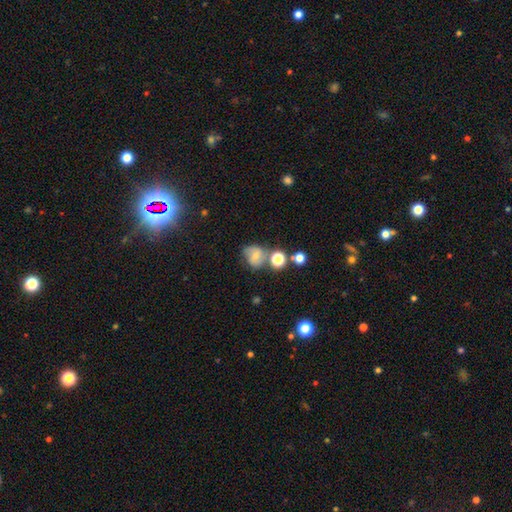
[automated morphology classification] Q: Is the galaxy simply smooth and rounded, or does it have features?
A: smooth — 56%.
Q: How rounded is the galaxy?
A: round — 68%.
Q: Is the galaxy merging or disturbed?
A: none — 50%.